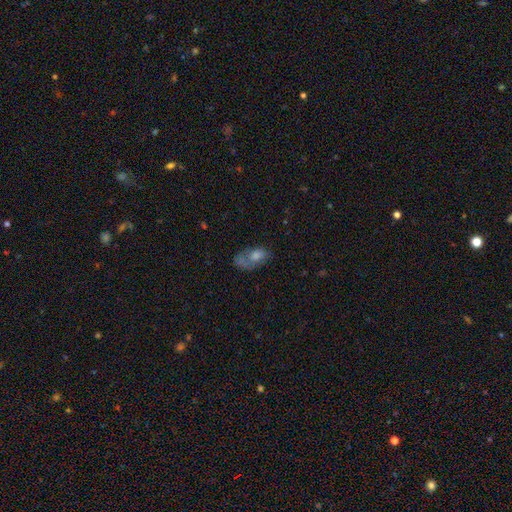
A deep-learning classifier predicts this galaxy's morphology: smooth-or-featured: smooth: 52% | featured or disk: 34% | star or artifact: 14%
  how-rounded: in between: 85% | round: 11% | cigar-shaped: 5%
  merging: none: 39% | major disturbance: 25% | minor disturbance: 23% | merger: 14%